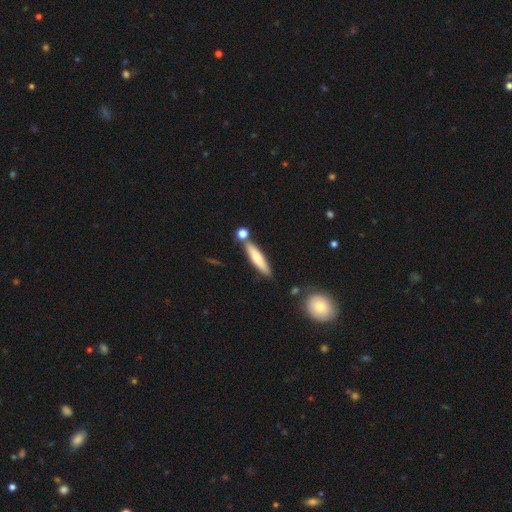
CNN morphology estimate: smooth-or-featured: smooth: 64% | featured or disk: 30% | star or artifact: 6%
  how-rounded: cigar-shaped: 82% | in between: 16% | round: 2%
  merging: none: 76% | minor disturbance: 12% | merger: 9% | major disturbance: 3%